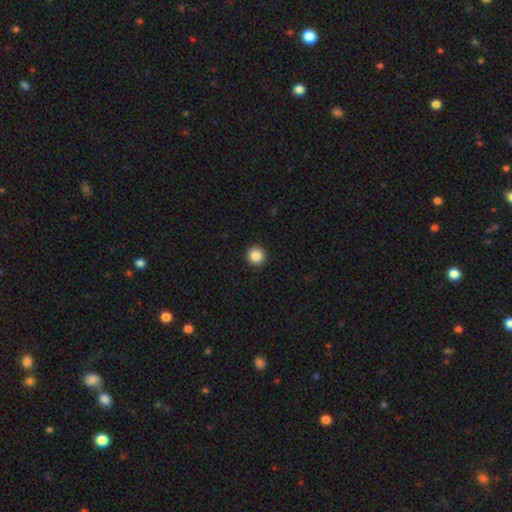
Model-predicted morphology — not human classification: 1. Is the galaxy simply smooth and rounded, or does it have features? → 86% smooth, 9% star or artifact, 4% featured or disk.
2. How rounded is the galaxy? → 95% round, 4% in between, 1% cigar-shaped.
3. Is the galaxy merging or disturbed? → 94% none, 4% minor disturbance, 1% major disturbance, 1% merger.